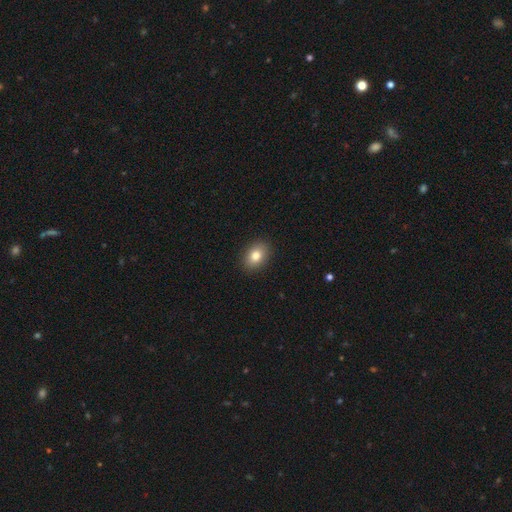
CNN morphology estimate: A smooth galaxy with no disk features (82%) that is in between round and cigar-shaped (72%). Merging: none (90%).